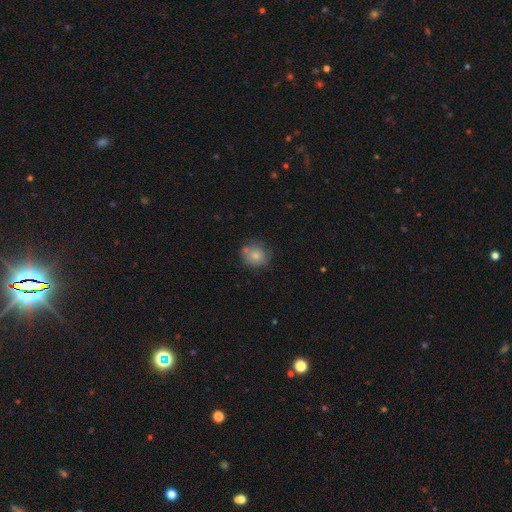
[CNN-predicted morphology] Smooth or featured? Predicted: smooth (p=0.78). How rounded? Predicted: round (p=0.82). Merging? Predicted: none (p=0.66).